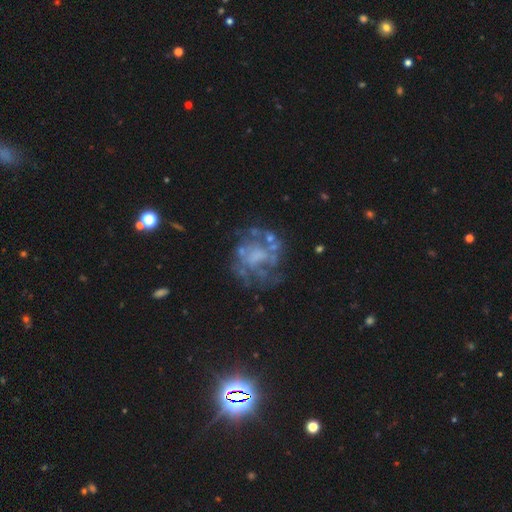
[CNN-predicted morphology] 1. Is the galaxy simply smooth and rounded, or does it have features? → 73% featured or disk, 15% smooth, 12% star or artifact.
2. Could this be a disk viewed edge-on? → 98% no, 2% yes.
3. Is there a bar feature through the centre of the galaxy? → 76% no, 19% weak, 5% strong.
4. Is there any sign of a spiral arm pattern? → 52% no, 48% yes.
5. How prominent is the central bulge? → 51% none, 23% moderate, 18% small, 7% large, 1% dominant.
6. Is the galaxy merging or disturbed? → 57% none, 20% major disturbance, 18% minor disturbance, 5% merger.